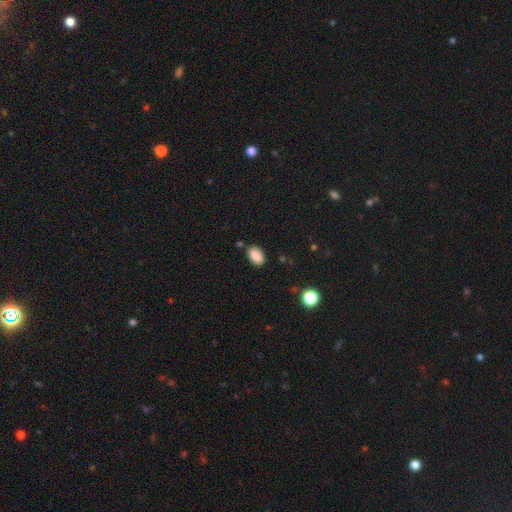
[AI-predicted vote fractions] A smooth galaxy with no disk features (87%) that is in between round and cigar-shaped (90%). Merging: none (83%).